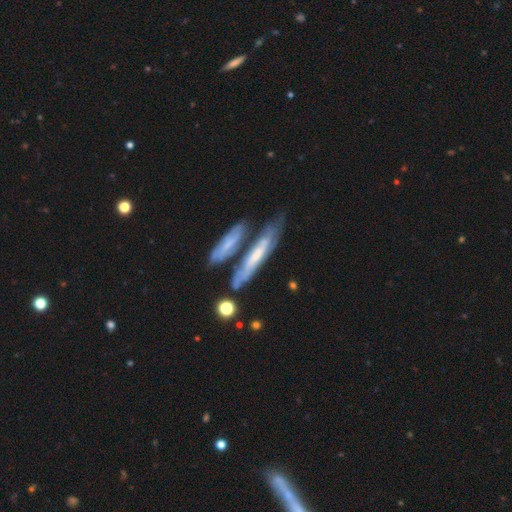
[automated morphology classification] Smooth or featured? featured or disk (58%)
Edge-on disk? yes (54%)
Merging? none (53%)